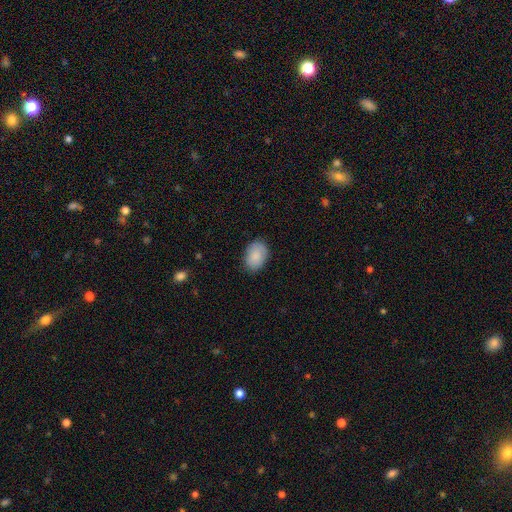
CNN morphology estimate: smooth-or-featured: smooth: 85% | featured or disk: 8% | star or artifact: 6%
  how-rounded: in between: 82% | round: 17% | cigar-shaped: 1%
  merging: none: 82% | minor disturbance: 14% | major disturbance: 3% | merger: 1%